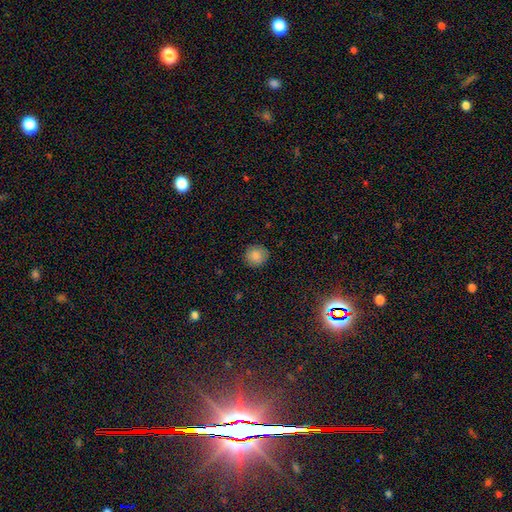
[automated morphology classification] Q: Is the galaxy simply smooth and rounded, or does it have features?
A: smooth — 86%.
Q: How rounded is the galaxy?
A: round — 92%.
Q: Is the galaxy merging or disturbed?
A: none — 89%.